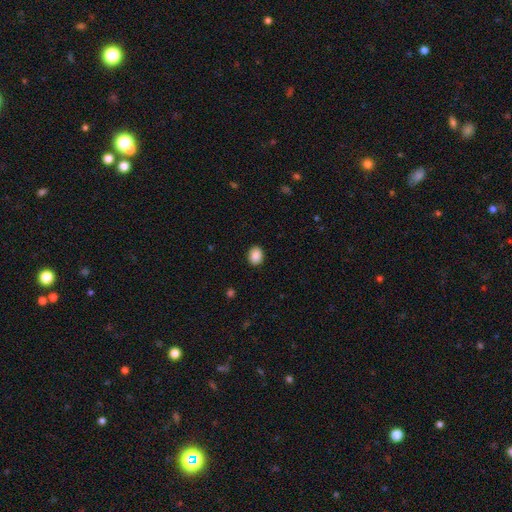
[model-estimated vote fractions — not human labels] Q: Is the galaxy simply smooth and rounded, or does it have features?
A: smooth — 90%.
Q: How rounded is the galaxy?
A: in between — 56%.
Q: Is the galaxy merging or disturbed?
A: none — 90%.